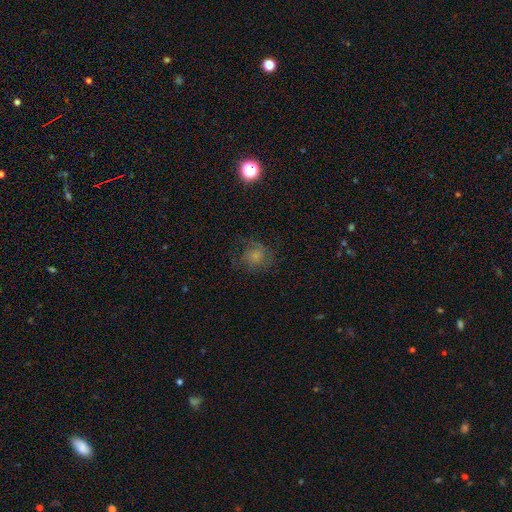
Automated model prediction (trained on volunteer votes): Smooth or featured: smooth — 57% (featured or disk — 30%)
How rounded: round — 79% (in between — 20%)
Merging: none — 63% (minor disturbance — 20%)